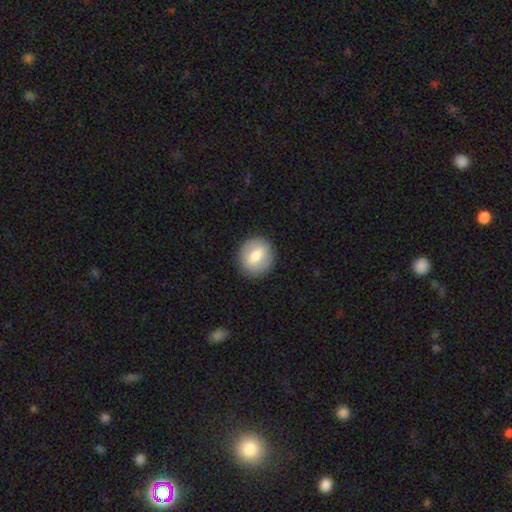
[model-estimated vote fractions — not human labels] Smooth or featured?
  - smooth: 69% *
  - featured or disk: 24%
  - star or artifact: 7%
How rounded?
  - round: 80% *
  - in between: 19%
  - cigar-shaped: 1%
Merging?
  - none: 89% *
  - minor disturbance: 8%
  - major disturbance: 2%
  - merger: 1%